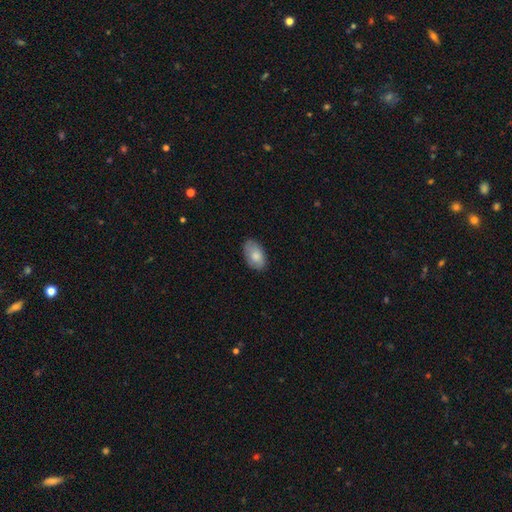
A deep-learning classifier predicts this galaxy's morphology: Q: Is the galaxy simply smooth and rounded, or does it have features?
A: smooth — 77%.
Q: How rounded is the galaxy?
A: in between — 94%.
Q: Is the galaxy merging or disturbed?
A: none — 80%.